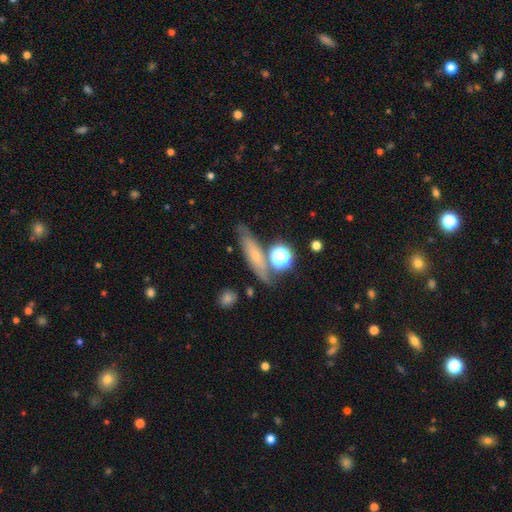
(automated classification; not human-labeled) The model was most divided on "smooth or featured": smooth: 48%, featured or disk: 39%, star or artifact: 14%. More confident: merging — none (67%).